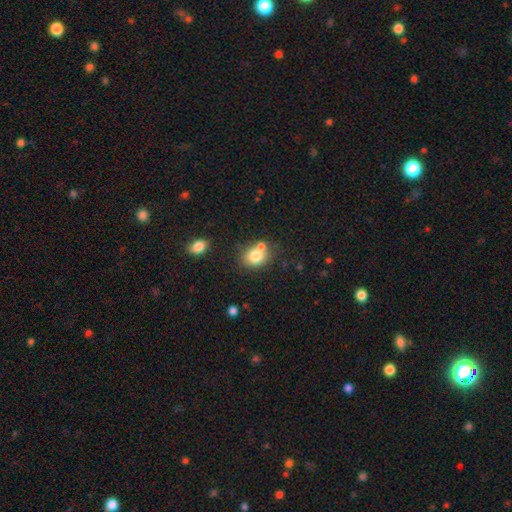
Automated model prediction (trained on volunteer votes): Smooth or featured?
  - smooth: 78% *
  - featured or disk: 12%
  - star or artifact: 10%
How rounded?
  - round: 57% *
  - in between: 42%
  - cigar-shaped: 1%
Merging?
  - none: 56% *
  - merger: 28%
  - minor disturbance: 12%
  - major disturbance: 4%